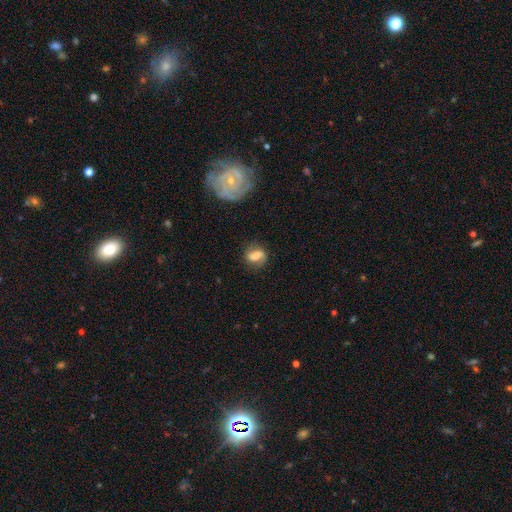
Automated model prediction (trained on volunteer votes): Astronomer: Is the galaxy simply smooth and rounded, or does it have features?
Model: smooth — 48% (runner-up: featured or disk, 43%).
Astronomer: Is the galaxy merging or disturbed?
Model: none — 67%.